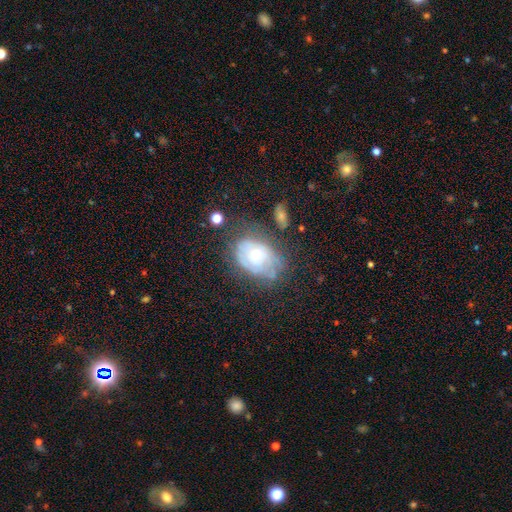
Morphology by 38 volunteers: A featured or disk galaxy (66%) with no bar (83%), tight (64%) spiral arms (96%) and a small central bulge (57%).

Vote fractions:
- Smooth or featured? featured or disk: 66% / smooth: 34% / star or artifact: 0%
- Edge-on disk? no: 92% / yes: 8%
- Bar? no: 83% / weak: 17% / strong: 0%
- Spiral arms? yes: 96% / no: 4%
- Spiral winding? tight: 64% / medium: 32% / loose: 5%
- Spiral arm count? can't tell: 64% / 3: 14% / 2: 9% / more than 4: 9% / 1: 5% / 4: 0%
- Bulge size? small: 57% / moderate: 39% / dominant: 4% / large: 0% / none: 0%
- Merging? none: 45% / minor disturbance: 32% / major disturbance: 18% / merger: 5%